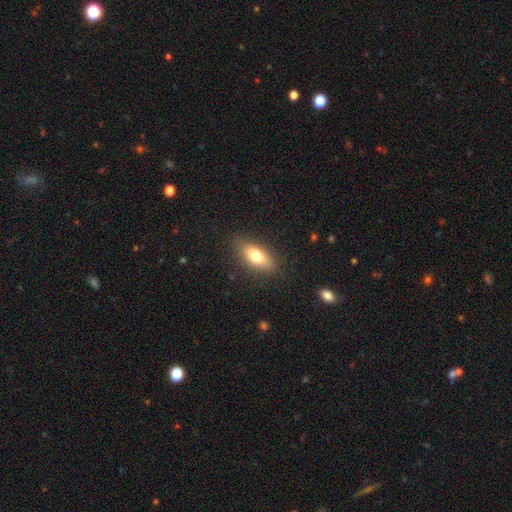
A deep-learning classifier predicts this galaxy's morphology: This appears to be a smooth galaxy with no disk features (71%) that is in between round and cigar-shaped (77%). Merging: none (85%).